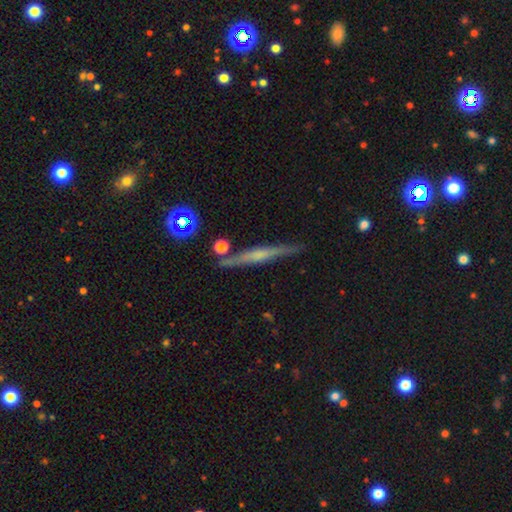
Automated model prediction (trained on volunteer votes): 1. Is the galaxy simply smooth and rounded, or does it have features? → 65% featured or disk, 26% smooth, 8% star or artifact.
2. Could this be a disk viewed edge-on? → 97% yes, 3% no.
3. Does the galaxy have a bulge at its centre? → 48% rounded, 30% none, 22% boxy.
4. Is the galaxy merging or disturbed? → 84% none, 10% minor disturbance, 3% merger, 3% major disturbance.